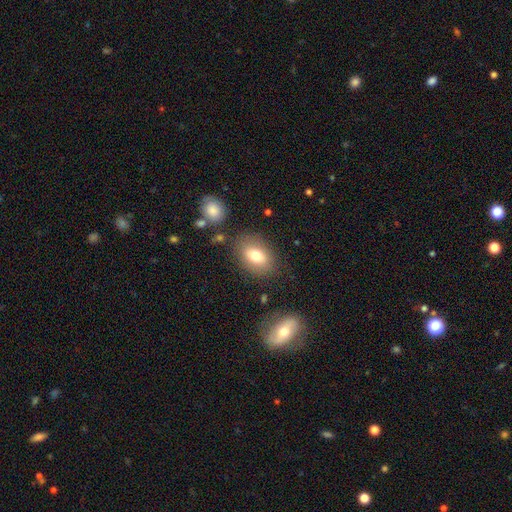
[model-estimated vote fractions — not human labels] A smooth galaxy with no disk features (77%) that is in between round and cigar-shaped (80%).

Vote fractions:
- Smooth or featured? smooth: 77% / featured or disk: 14% / star or artifact: 9%
- How rounded? in between: 80% / round: 19% / cigar-shaped: 2%
- Merging? none: 79% / minor disturbance: 13% / major disturbance: 4% / merger: 4%